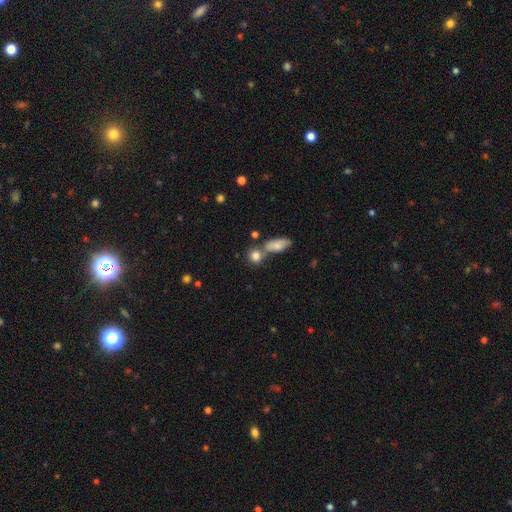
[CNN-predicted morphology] Smooth or featured: smooth — 82% (star or artifact — 9%)
How rounded: round — 72% (in between — 23%)
Merging: none — 57% (merger — 29%)